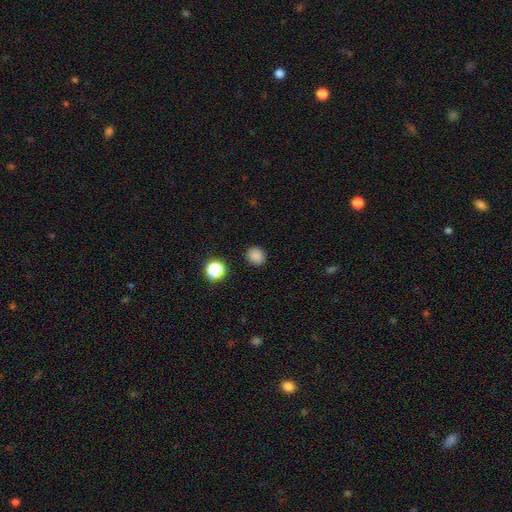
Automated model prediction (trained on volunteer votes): Smooth or featured: smooth — 84% (star or artifact — 13%)
How rounded: round — 83% (in between — 16%)
Merging: none — 89% (minor disturbance — 7%)